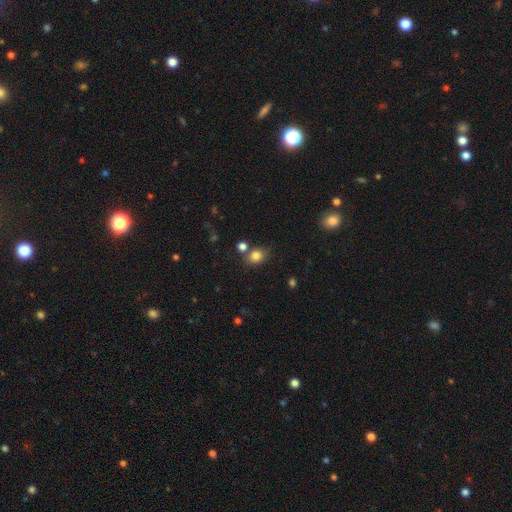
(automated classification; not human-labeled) Smooth or featured?
  - smooth: 82% *
  - star or artifact: 12%
  - featured or disk: 7%
How rounded?
  - round: 55% *
  - in between: 44%
  - cigar-shaped: 1%
Merging?
  - none: 69% *
  - merger: 14%
  - minor disturbance: 13%
  - major disturbance: 4%